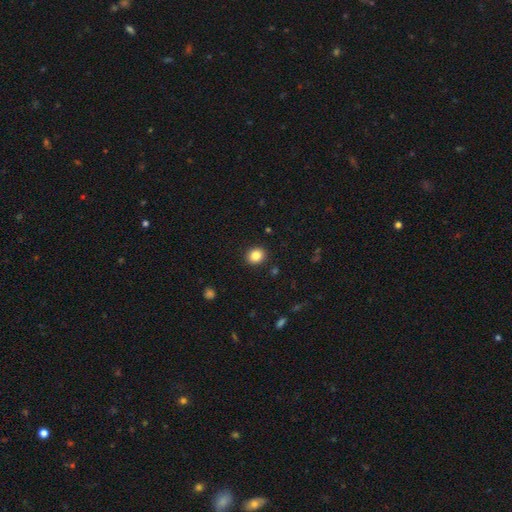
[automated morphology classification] Q: Smooth or featured?
A: smooth (85%); runner-up: star or artifact (10%)
Q: How rounded?
A: round (77%); runner-up: in between (22%)
Q: Merging?
A: none (92%); runner-up: minor disturbance (5%)